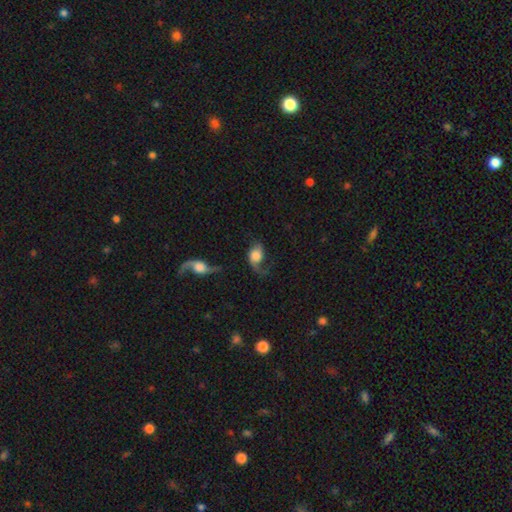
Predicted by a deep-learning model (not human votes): Overall: featured or disk (49%; smooth 42%). Merging: major disturbance (35%; none 33%).